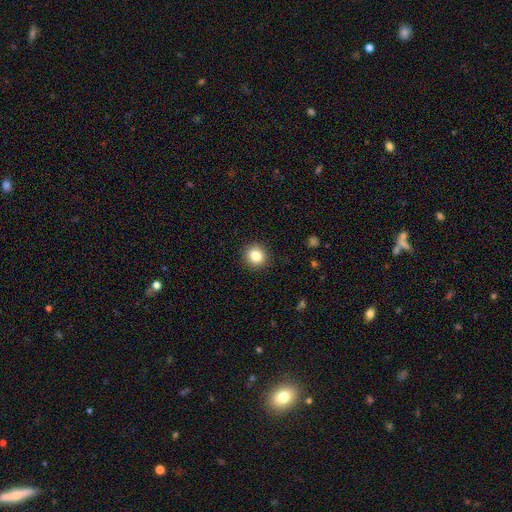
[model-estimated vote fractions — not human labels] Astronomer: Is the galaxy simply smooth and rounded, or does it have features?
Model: smooth — 84%.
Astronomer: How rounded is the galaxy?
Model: round — 90%.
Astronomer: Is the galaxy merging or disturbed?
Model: none — 91%.